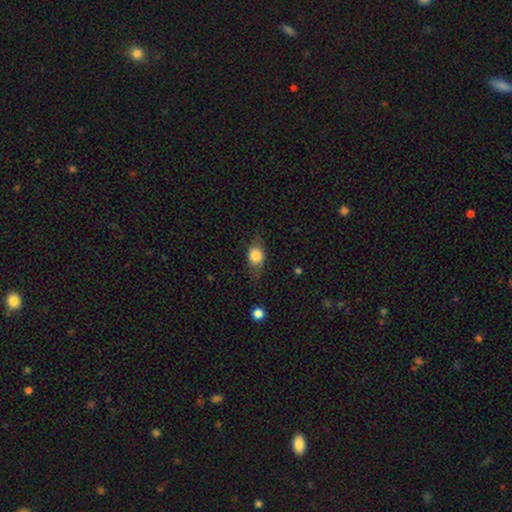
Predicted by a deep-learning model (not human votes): Smooth or featured: smooth — 73% (featured or disk — 18%)
How rounded: in between — 60% (round — 34%)
Merging: none — 68% (minor disturbance — 22%)